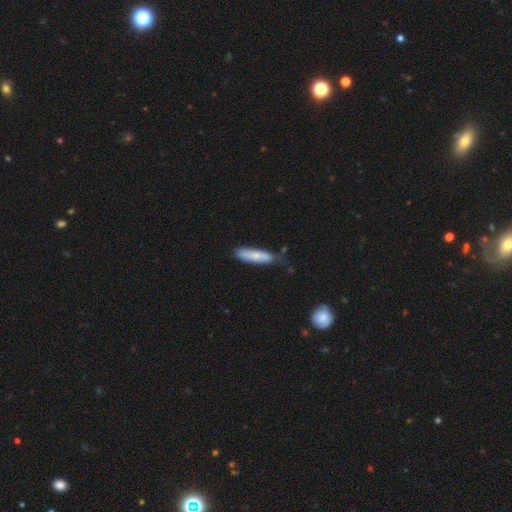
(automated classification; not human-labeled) Smooth or featured? smooth (72%)
How rounded? cigar-shaped (73%)
Merging? none (64%)